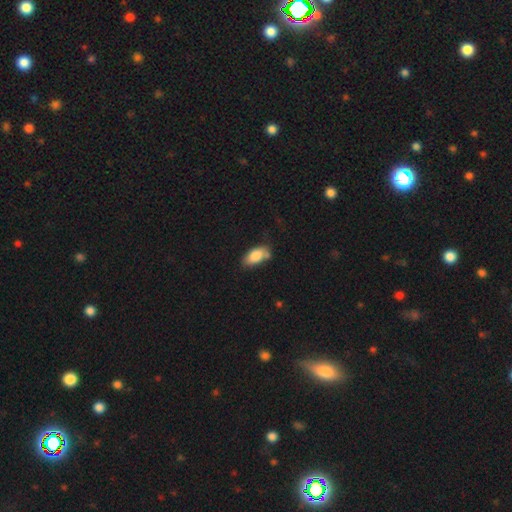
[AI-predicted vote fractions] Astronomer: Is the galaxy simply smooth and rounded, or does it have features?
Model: smooth — 82%.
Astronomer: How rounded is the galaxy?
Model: in between — 92%.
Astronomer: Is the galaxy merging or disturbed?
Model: none — 55%.